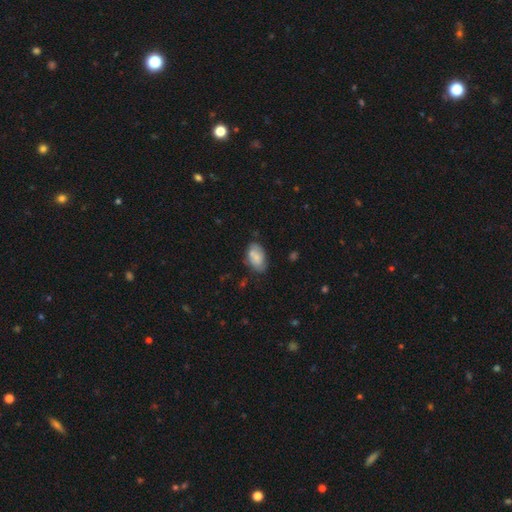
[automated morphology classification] Smooth or featured? Predicted: smooth (p=0.70). How rounded? Predicted: in between (p=0.92). Merging? Predicted: none (p=0.63).